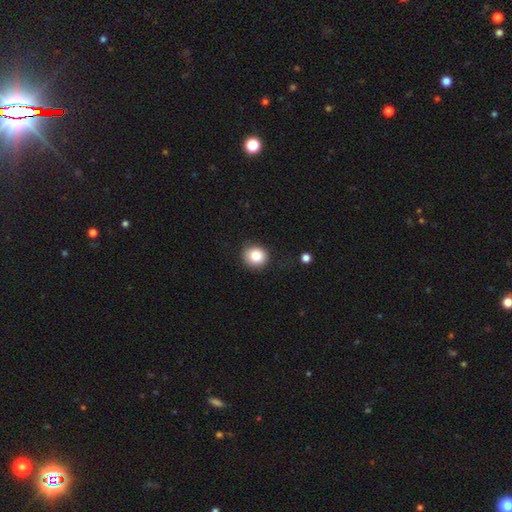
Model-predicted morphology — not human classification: Q: Smooth or featured?
A: smooth (85%); runner-up: star or artifact (9%)
Q: How rounded?
A: round (81%); runner-up: in between (18%)
Q: Merging?
A: none (82%); runner-up: minor disturbance (12%)